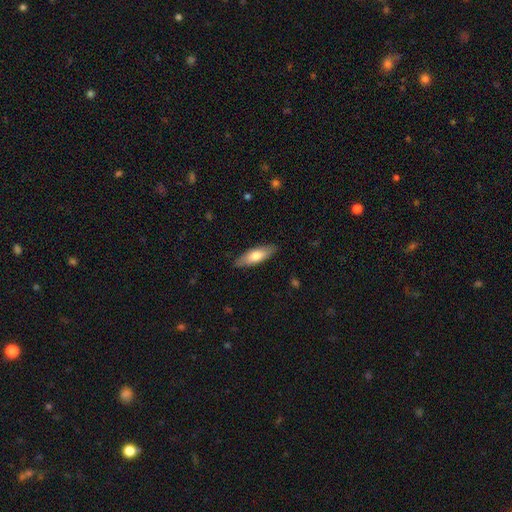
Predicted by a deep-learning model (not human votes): Overall: smooth (68%). How rounded: in between (55%; cigar-shaped 43%). Merging: none (87%).